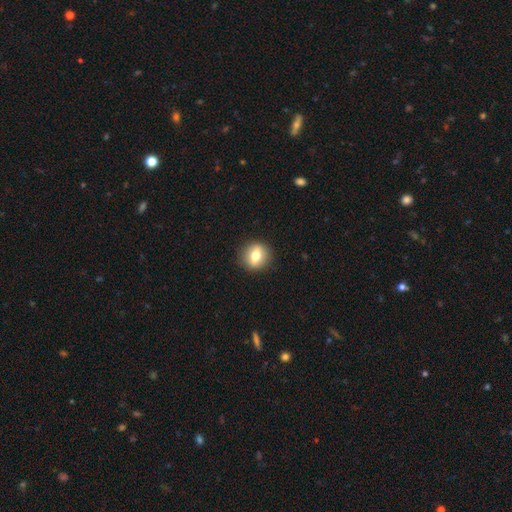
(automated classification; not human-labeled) Smooth or featured? Predicted: smooth (p=0.63). How rounded? Predicted: round (p=0.79). Merging? Predicted: none (p=0.89).